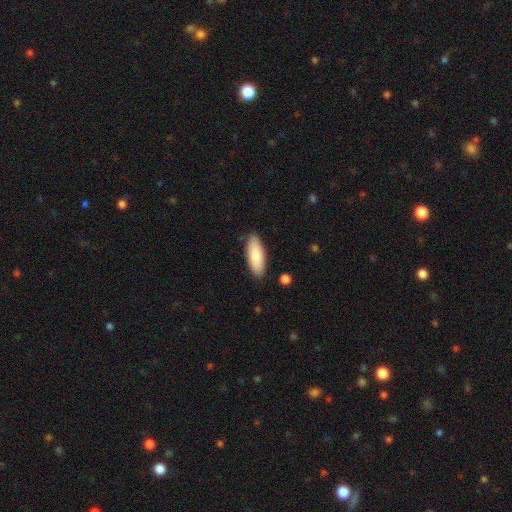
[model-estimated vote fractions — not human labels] This appears to be a smooth galaxy with no disk features (83%) that is in between round and cigar-shaped (71%). Merging: none (87%).